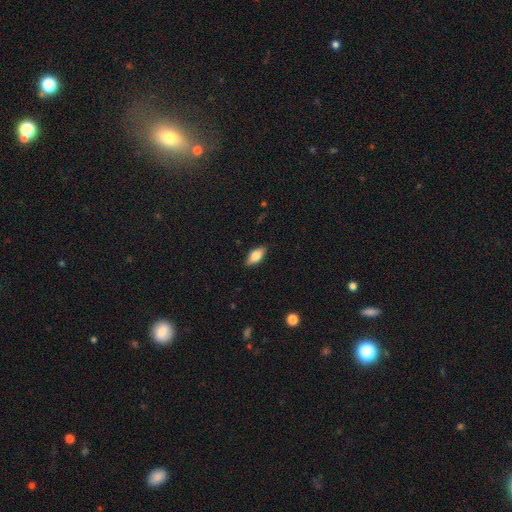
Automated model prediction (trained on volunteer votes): Smooth or featured? smooth (70%)
How rounded? in between (85%)
Merging? none (86%)